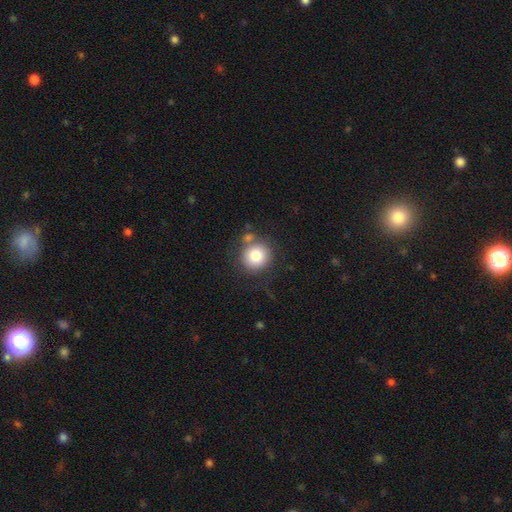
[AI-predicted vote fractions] smooth_or_featured: smooth (p=0.82) [alt: star or artifact p=0.09]
how_rounded: round (p=0.90) [alt: in between p=0.09]
merging: none (p=0.72) [alt: minor disturbance p=0.12]